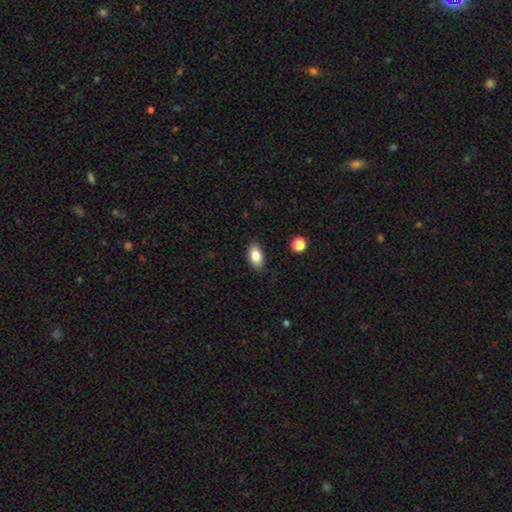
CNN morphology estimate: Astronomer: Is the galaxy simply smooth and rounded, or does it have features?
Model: smooth — 84%.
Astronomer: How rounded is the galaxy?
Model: in between — 90%.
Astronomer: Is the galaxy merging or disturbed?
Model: none — 86%.